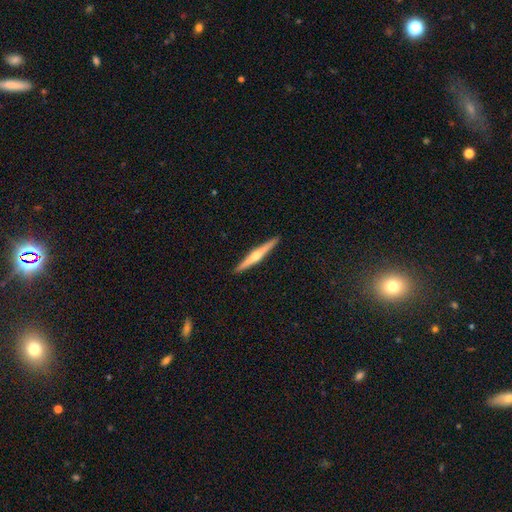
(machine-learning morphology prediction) smooth_or_featured: featured or disk (p=0.70) [alt: smooth p=0.25]
disk_edge_on: yes (p=0.98) [alt: no p=0.02]
edge_on_bulge: rounded (p=0.89) [alt: none p=0.08]
merging: none (p=0.92) [alt: minor disturbance p=0.05]